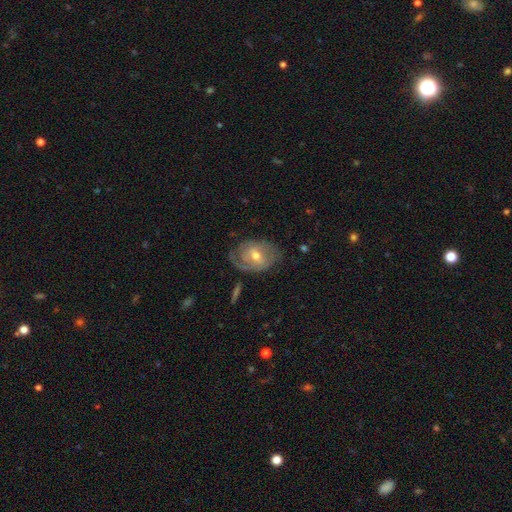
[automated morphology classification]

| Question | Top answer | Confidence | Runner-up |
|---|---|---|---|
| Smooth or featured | featured or disk | 70% | smooth (24%) |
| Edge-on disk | no | 95% | yes (5%) |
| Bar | weak | 48% | no (37%) |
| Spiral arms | yes | 80% | no (20%) |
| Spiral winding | tight | 49% | medium (35%) |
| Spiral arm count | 2 | 45% | can't tell (25%) |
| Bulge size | moderate | 66% | small (29%) |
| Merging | none | 59% | minor disturbance (24%) |